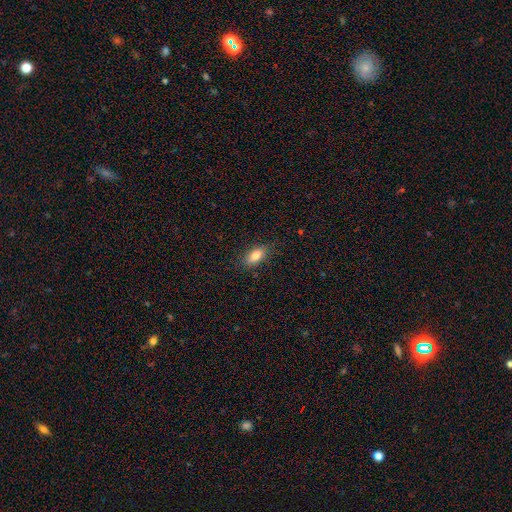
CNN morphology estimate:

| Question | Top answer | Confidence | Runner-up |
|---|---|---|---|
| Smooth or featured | smooth | 82% | featured or disk (10%) |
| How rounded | in between | 88% | cigar-shaped (7%) |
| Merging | none | 85% | minor disturbance (11%) |